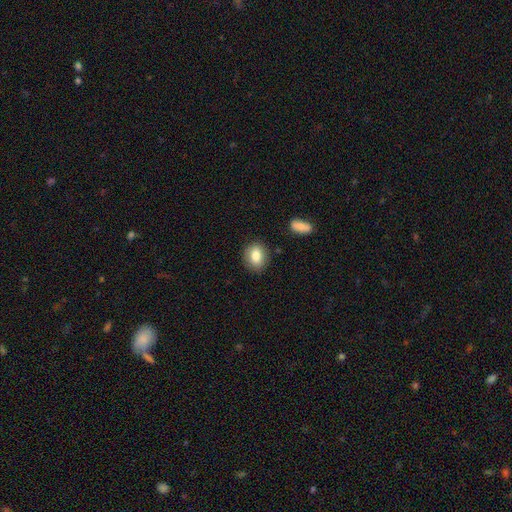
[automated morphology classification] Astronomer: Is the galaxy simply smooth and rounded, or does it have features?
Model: smooth — 82%.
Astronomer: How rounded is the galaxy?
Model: in between — 57% (runner-up: round, 42%).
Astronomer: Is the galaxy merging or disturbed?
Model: none — 85%.